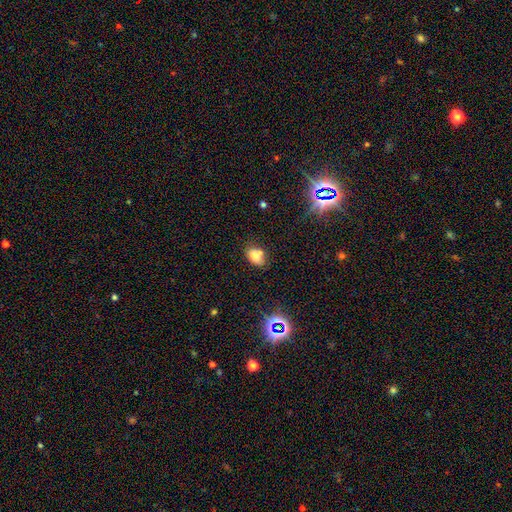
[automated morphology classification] smooth 74%, star or artifact 15%, featured or disk 11%. Down the decision tree: how rounded — in between (76%); merging — none (61%).